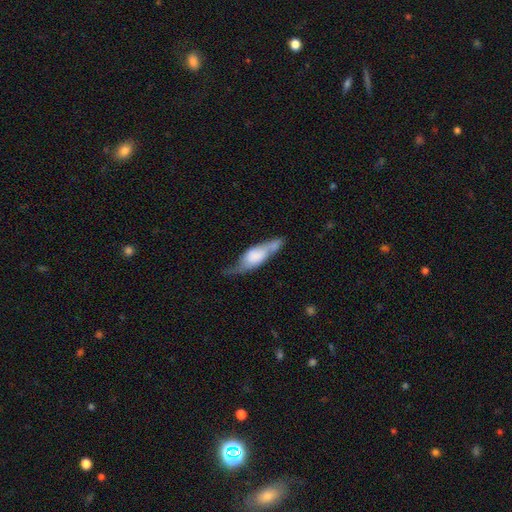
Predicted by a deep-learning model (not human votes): Smooth or featured? Predicted: featured or disk (p=0.48). Merging? Predicted: none (p=0.43).